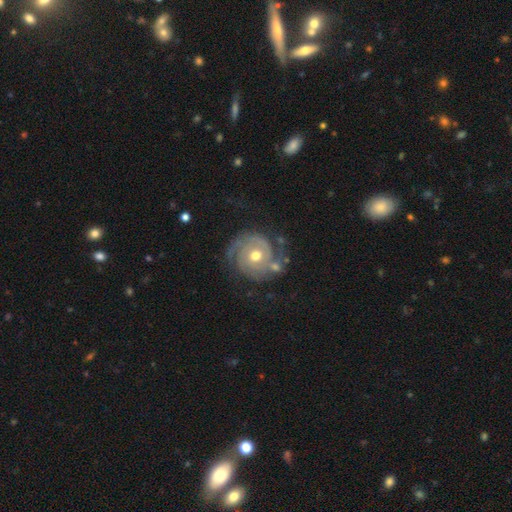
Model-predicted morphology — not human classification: A featured or disk galaxy (84%) with no bar (75%), 2 (58%) tight (66%) spiral arms (95%) and a moderate central bulge (76%).

Vote fractions:
- Smooth or featured? featured or disk: 84% / smooth: 10% / star or artifact: 5%
- Edge-on disk? no: 98% / yes: 2%
- Bar? no: 75% / weak: 21% / strong: 5%
- Spiral arms? yes: 95% / no: 5%
- Spiral winding? tight: 66% / medium: 27% / loose: 8%
- Spiral arm count? 2: 58% / 3: 14% / can't tell: 14% / 1: 6% / 4: 4% / more than 4: 4%
- Bulge size? moderate: 76% / small: 19% / large: 4% / none: 1% / dominant: 1%
- Merging? none: 66% / minor disturbance: 18% / major disturbance: 9% / merger: 7%